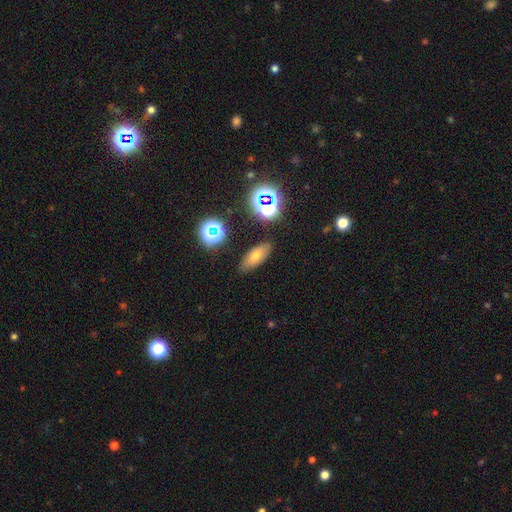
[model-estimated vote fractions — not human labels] smooth_or_featured: smooth (p=0.64) [alt: star or artifact p=0.19]
how_rounded: in between (p=0.70) [alt: cigar-shaped p=0.22]
merging: none (p=0.84) [alt: minor disturbance p=0.10]